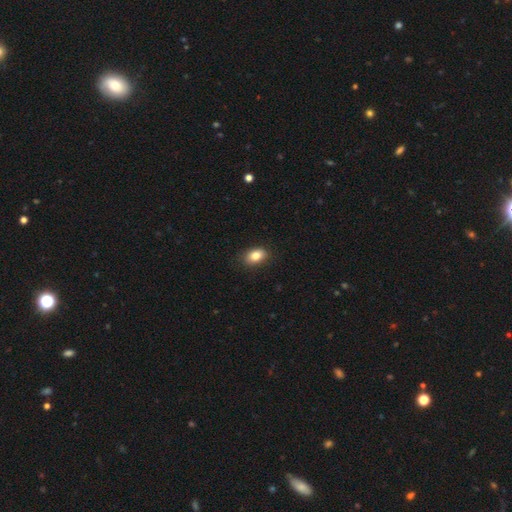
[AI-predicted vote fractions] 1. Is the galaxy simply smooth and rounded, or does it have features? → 84% smooth, 8% star or artifact, 7% featured or disk.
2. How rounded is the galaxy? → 84% in between, 15% round, 2% cigar-shaped.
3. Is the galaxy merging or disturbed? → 86% none, 11% minor disturbance, 2% major disturbance, 1% merger.